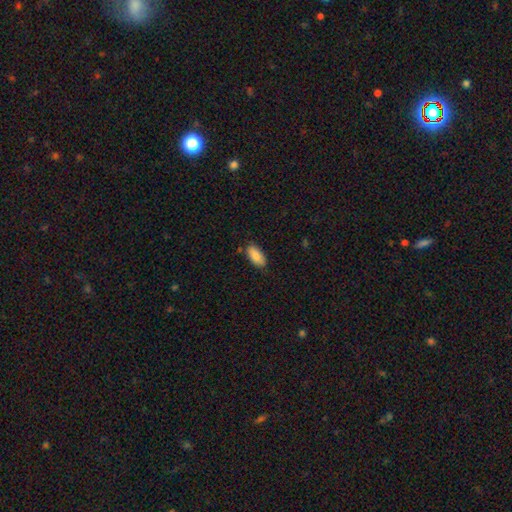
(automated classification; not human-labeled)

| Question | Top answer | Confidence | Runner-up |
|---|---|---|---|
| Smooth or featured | smooth | 88% | star or artifact (6%) |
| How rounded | in between | 89% | cigar-shaped (9%) |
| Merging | none | 82% | minor disturbance (14%) |